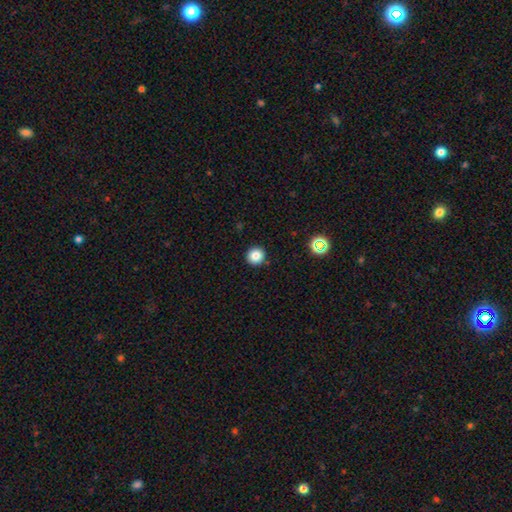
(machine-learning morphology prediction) Overall: smooth (83%). How rounded: round (95%). Merging: none (92%).